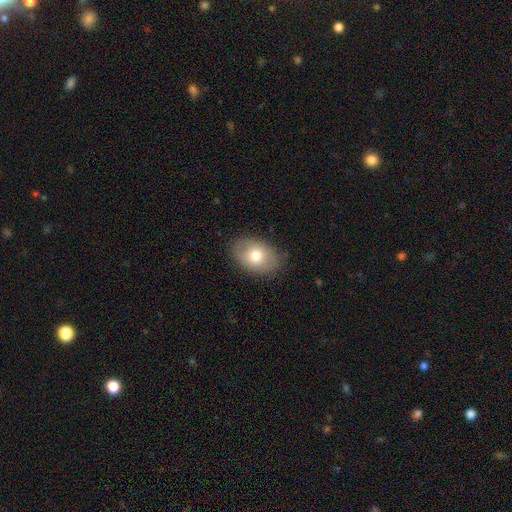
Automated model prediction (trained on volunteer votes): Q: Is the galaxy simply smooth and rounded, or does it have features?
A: smooth — 72%.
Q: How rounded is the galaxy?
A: in between — 80%.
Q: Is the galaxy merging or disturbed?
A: none — 82%.